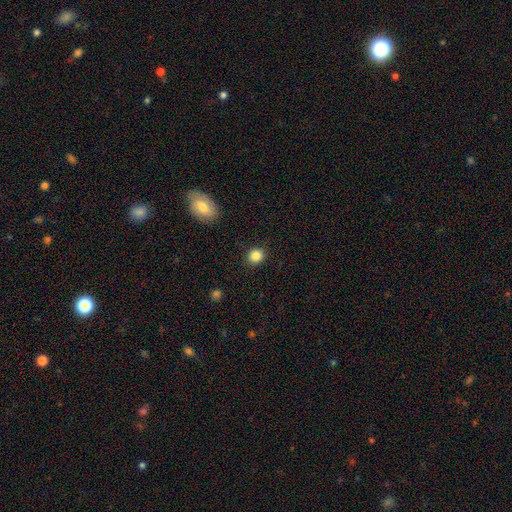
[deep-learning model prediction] Q: Smooth or featured?
A: smooth (86%); runner-up: star or artifact (10%)
Q: How rounded?
A: round (78%); runner-up: in between (21%)
Q: Merging?
A: none (89%); runner-up: minor disturbance (7%)